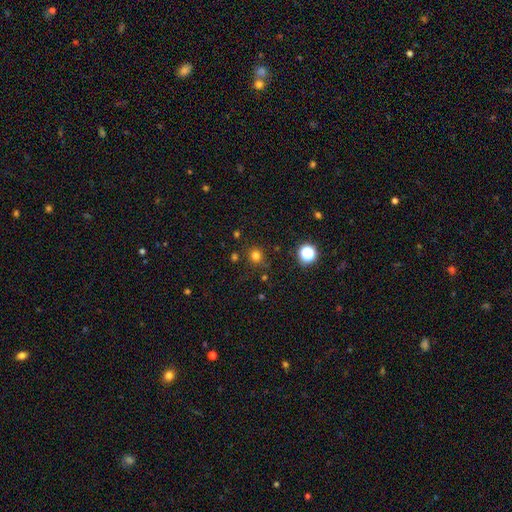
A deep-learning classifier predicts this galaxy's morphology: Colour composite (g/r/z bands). It shows a smooth galaxy with no disk features (76%) that is round (92%). Merging: none (83%).